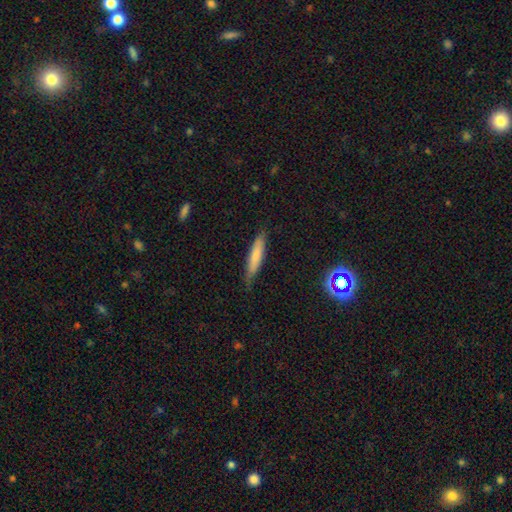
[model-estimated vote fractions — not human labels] Smooth or featured: smooth — 73% (featured or disk — 20%)
How rounded: cigar-shaped — 85% (in between — 13%)
Merging: none — 77% (minor disturbance — 19%)